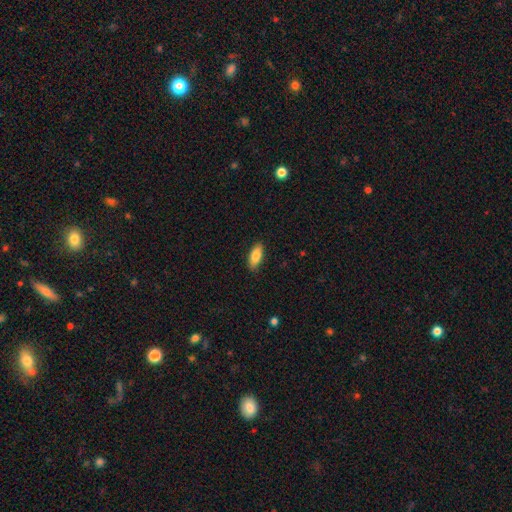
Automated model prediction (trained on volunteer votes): The model was most divided on "how rounded": in between: 80%, cigar-shaped: 18%, round: 2%. More confident: merging — none (87%); smooth or featured — smooth (84%).